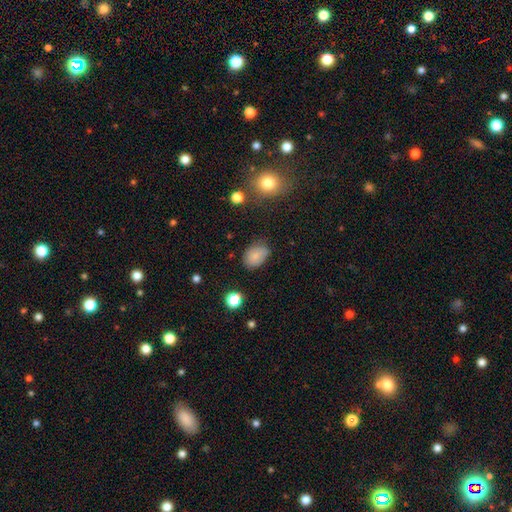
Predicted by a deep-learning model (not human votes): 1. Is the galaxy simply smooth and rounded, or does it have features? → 80% smooth, 11% star or artifact, 9% featured or disk.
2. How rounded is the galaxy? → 78% in between, 21% round, 1% cigar-shaped.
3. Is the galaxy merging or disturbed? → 70% none, 23% minor disturbance, 5% major disturbance, 2% merger.